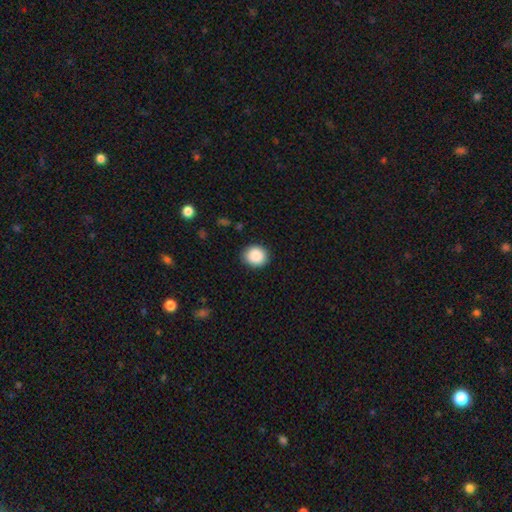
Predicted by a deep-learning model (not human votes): Smooth or featured: smooth — 89% (star or artifact — 8%)
How rounded: round — 79% (in between — 20%)
Merging: none — 89% (minor disturbance — 8%)